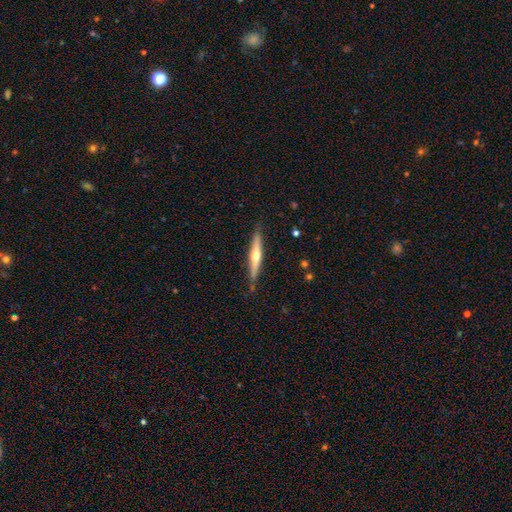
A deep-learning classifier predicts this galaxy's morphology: Smooth or featured? featured or disk (61%)
Edge-on disk? yes (96%)
Edge-on bulge? rounded (88%)
Merging? none (84%)